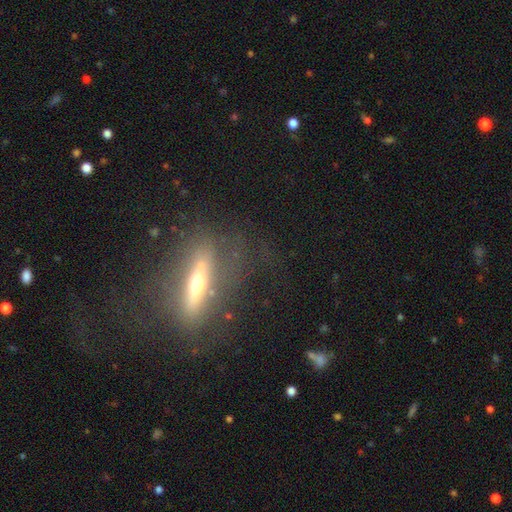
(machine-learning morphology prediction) This is likely a featured or disk galaxy (69%). It is likely viewed edge-on (76%). Edge-on bulge: clearly rounded (85%). Merging: likely none (63%).